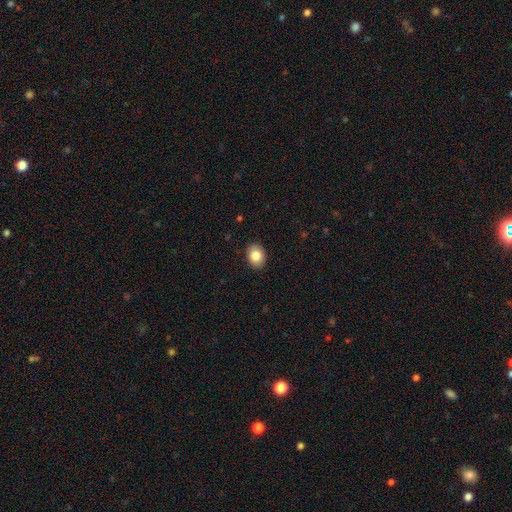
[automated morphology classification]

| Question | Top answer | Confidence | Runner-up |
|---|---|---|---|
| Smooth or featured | smooth | 84% | star or artifact (8%) |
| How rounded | in between | 67% | round (32%) |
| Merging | none | 89% | minor disturbance (8%) |